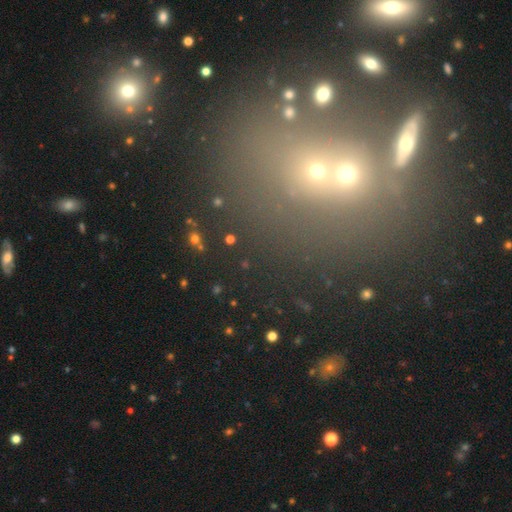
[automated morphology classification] smooth-or-featured: star or artifact: 52% | smooth: 33% | featured or disk: 15%